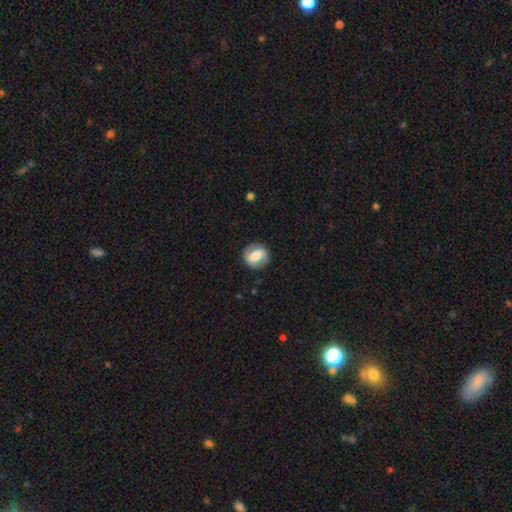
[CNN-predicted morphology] This is possibly a smooth galaxy (57%). How rounded: likely round (64%). Merging: clearly none (84%).